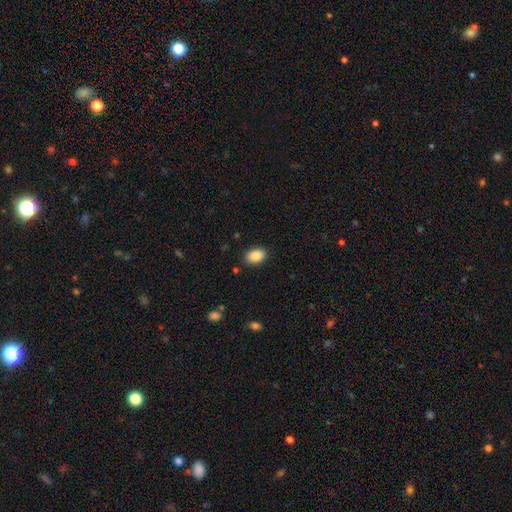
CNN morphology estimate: smooth-or-featured: smooth: 89% | star or artifact: 8% | featured or disk: 4%
  how-rounded: in between: 82% | round: 17% | cigar-shaped: 1%
  merging: none: 88% | minor disturbance: 8% | major disturbance: 2% | merger: 1%